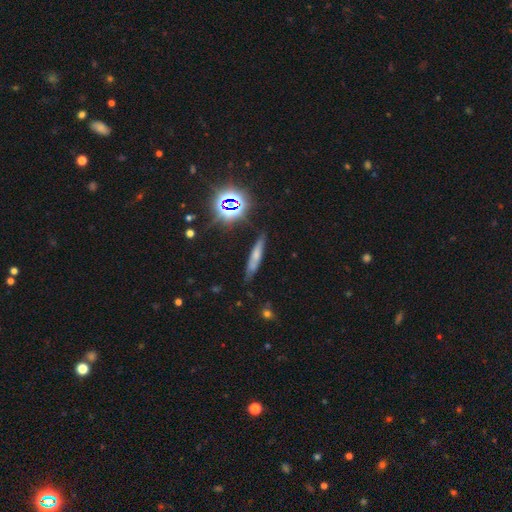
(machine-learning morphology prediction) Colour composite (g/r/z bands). It shows a smooth galaxy with no disk features (55%) that is cigar-shaped (84%). Merging: none (77%).